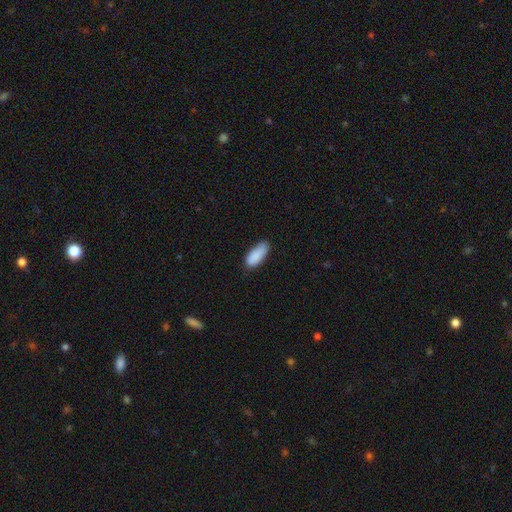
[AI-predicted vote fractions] Smooth or featured? Predicted: smooth (p=0.89). How rounded? Predicted: in between (p=0.80). Merging? Predicted: none (p=0.73).